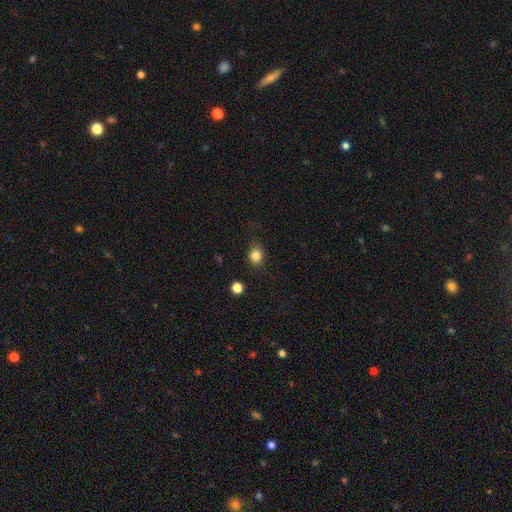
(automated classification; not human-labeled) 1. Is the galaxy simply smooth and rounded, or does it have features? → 83% smooth, 12% star or artifact, 6% featured or disk.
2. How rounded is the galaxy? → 73% round, 26% in between, 1% cigar-shaped.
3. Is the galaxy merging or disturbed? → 76% none, 17% minor disturbance, 5% major disturbance, 2% merger.